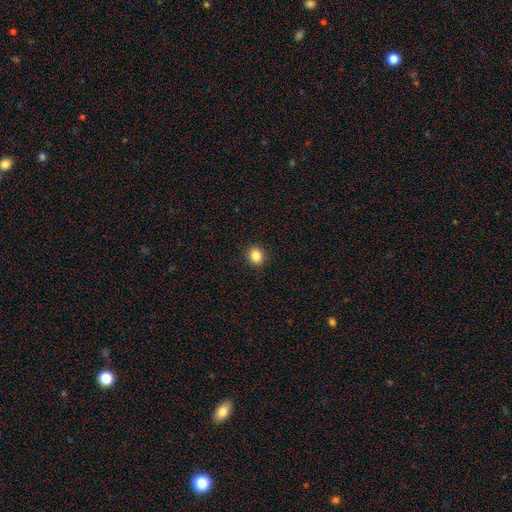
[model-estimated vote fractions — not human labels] Overall: smooth (85%). How rounded: round (77%). Merging: none (92%).